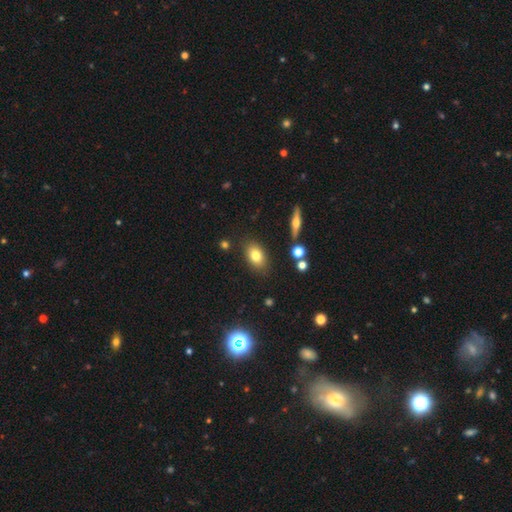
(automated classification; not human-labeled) smooth-or-featured: smooth: 77% | featured or disk: 14% | star or artifact: 10%
  how-rounded: in between: 83% | round: 14% | cigar-shaped: 3%
  merging: none: 82% | minor disturbance: 11% | merger: 3% | major disturbance: 3%